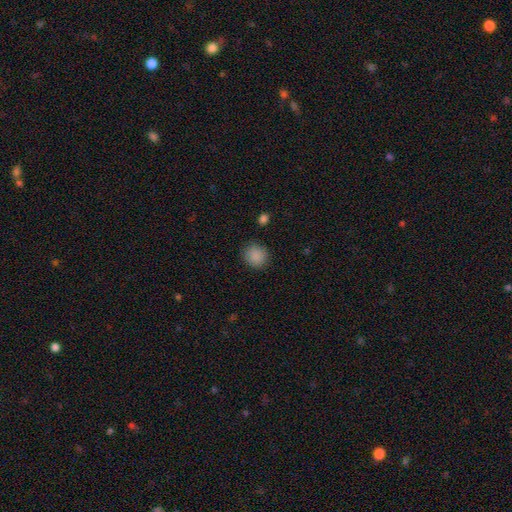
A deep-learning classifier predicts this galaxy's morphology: smooth_or_featured: smooth (p=0.88) [alt: star or artifact p=0.09]
how_rounded: round (p=0.85) [alt: in between p=0.14]
merging: none (p=0.87) [alt: minor disturbance p=0.09]